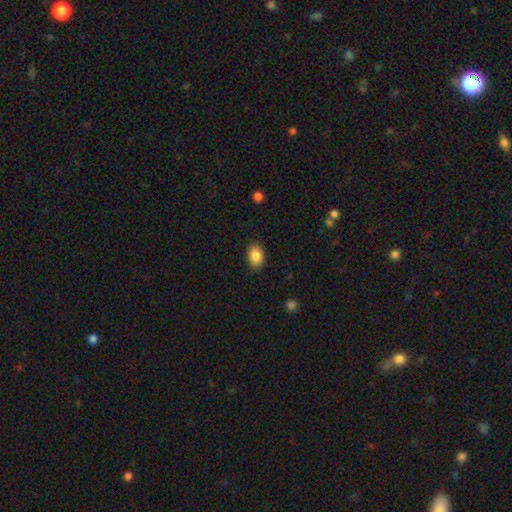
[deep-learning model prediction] Overall: smooth (87%). How rounded: in between (83%). Merging: none (86%).